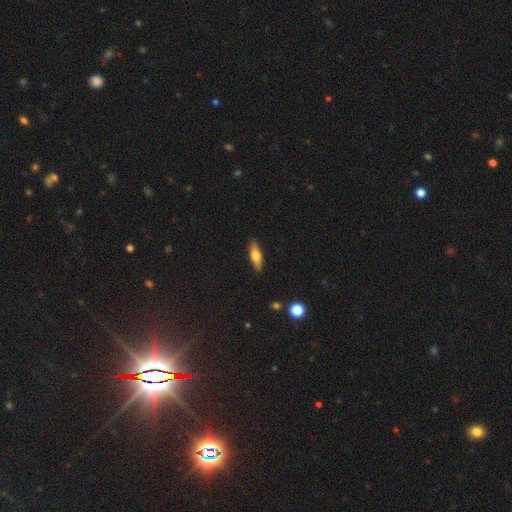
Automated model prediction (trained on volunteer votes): Q: Smooth or featured?
A: smooth (55%); runner-up: featured or disk (38%)
Q: How rounded?
A: cigar-shaped (53%); runner-up: in between (44%)
Q: Merging?
A: none (88%); runner-up: minor disturbance (9%)